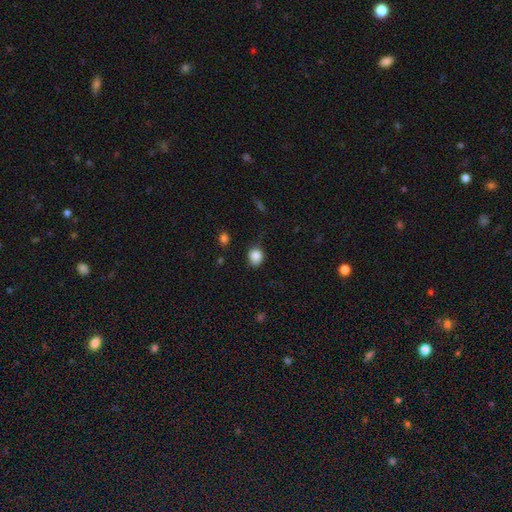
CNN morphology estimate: Q: Smooth or featured?
A: smooth (84%); runner-up: star or artifact (10%)
Q: How rounded?
A: round (72%); runner-up: in between (27%)
Q: Merging?
A: none (63%); runner-up: minor disturbance (28%)